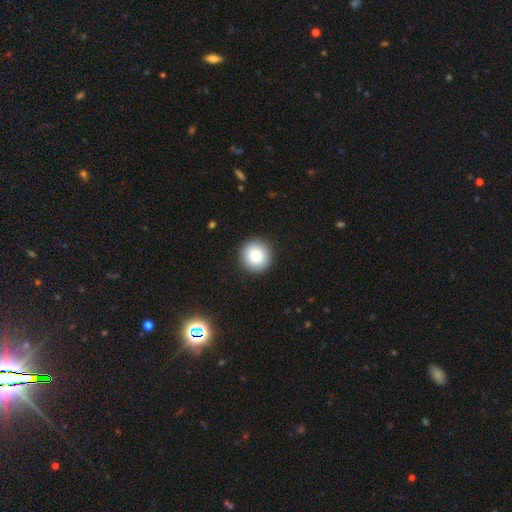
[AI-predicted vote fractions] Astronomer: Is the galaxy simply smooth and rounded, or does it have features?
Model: smooth — 82%.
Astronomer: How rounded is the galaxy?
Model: round — 95%.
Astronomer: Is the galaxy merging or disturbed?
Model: none — 92%.